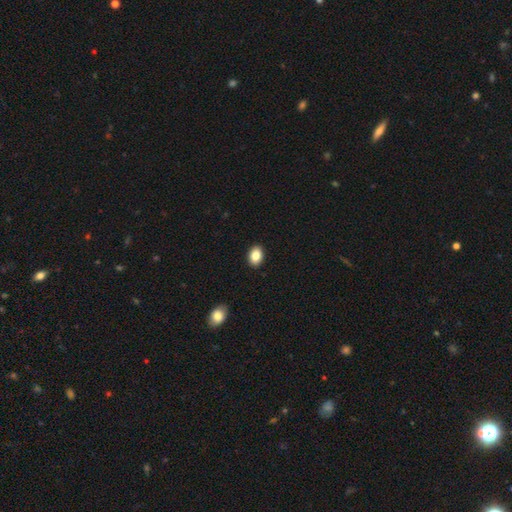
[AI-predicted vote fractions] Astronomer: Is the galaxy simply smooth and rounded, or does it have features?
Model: smooth — 85%.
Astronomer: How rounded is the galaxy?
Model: in between — 80%.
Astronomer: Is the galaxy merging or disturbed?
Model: none — 91%.